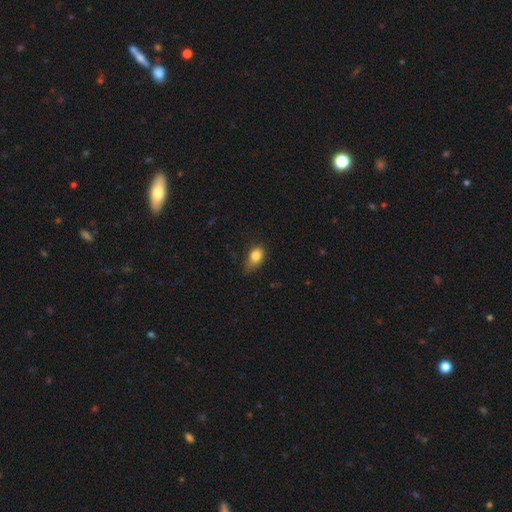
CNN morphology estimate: Q: Smooth or featured?
A: smooth (82%); runner-up: star or artifact (9%)
Q: How rounded?
A: in between (76%); runner-up: round (21%)
Q: Merging?
A: none (48%); runner-up: minor disturbance (40%)